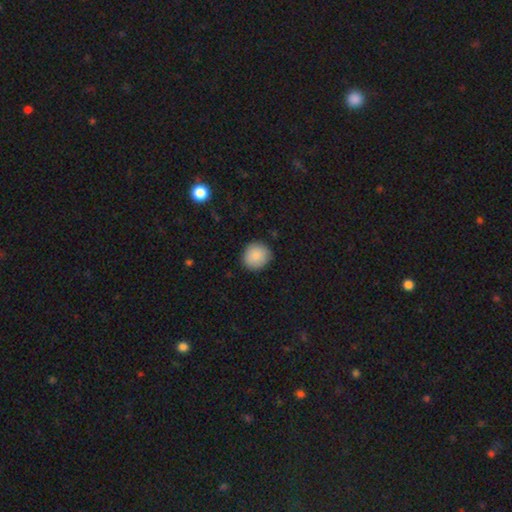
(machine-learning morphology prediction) Overall: smooth (86%). How rounded: round (88%). Merging: none (87%).